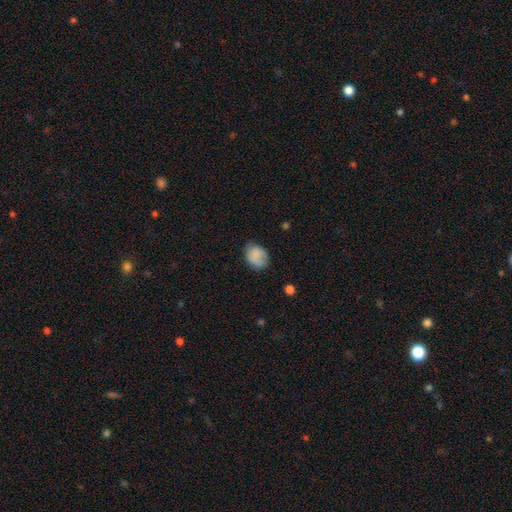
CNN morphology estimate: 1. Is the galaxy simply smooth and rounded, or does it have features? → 81% smooth, 11% featured or disk, 8% star or artifact.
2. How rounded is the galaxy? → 61% in between, 38% round, 1% cigar-shaped.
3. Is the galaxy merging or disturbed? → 64% none, 27% minor disturbance, 7% major disturbance, 2% merger.